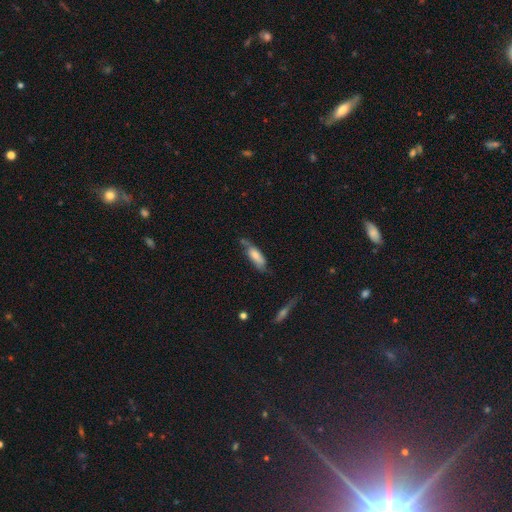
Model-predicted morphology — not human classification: smooth-or-featured: smooth: 68% | featured or disk: 25% | star or artifact: 7%
  how-rounded: in between: 55% | cigar-shaped: 43% | round: 2%
  merging: none: 50% | minor disturbance: 31% | major disturbance: 11% | merger: 8%